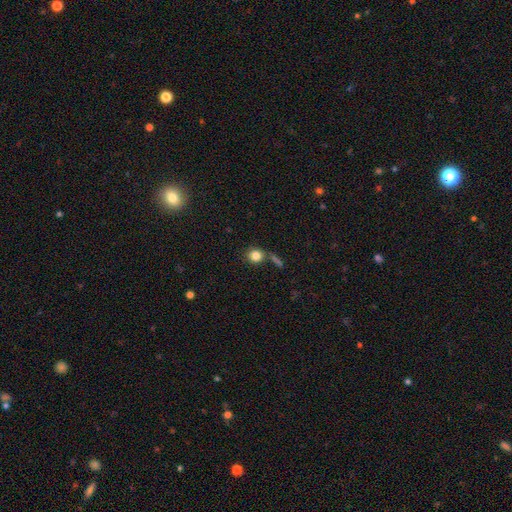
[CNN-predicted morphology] type=smooth (84%); roundness=round (81%); merging=none (67%).